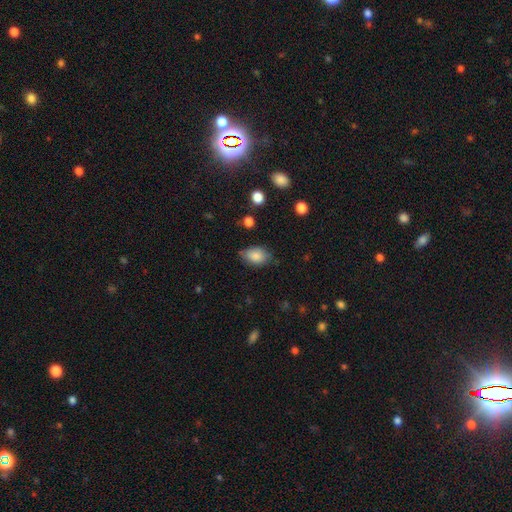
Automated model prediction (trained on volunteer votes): A smooth galaxy with no disk features (85%) that is in between round and cigar-shaped (88%). Merging: none (73%).